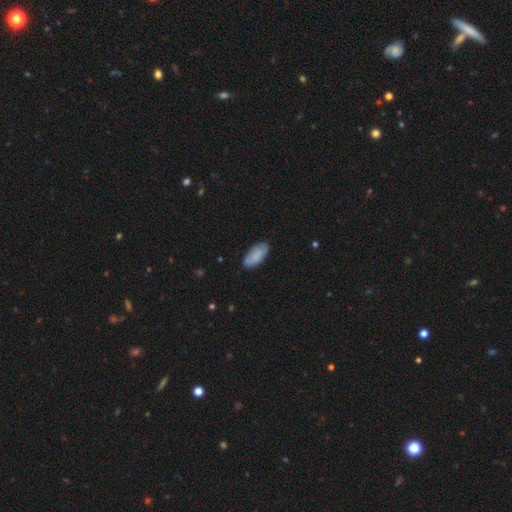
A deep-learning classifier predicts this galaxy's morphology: Overall: smooth (81%). How rounded: in between (91%). Merging: none (78%).